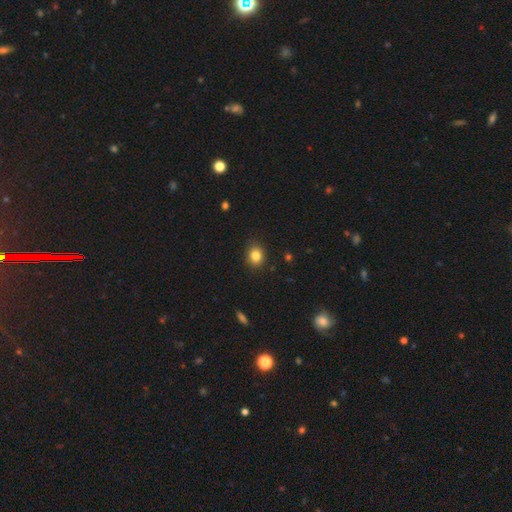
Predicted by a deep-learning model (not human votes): Overall: smooth (83%). How rounded: round (63%; in between 36%). Merging: none (87%).